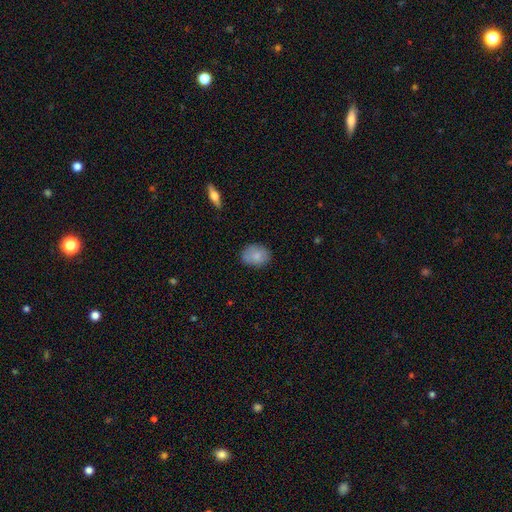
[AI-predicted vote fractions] smooth_or_featured: smooth (p=0.83) [alt: featured or disk p=0.10]
how_rounded: in between (p=0.72) [alt: round p=0.27]
merging: none (p=0.80) [alt: minor disturbance p=0.16]